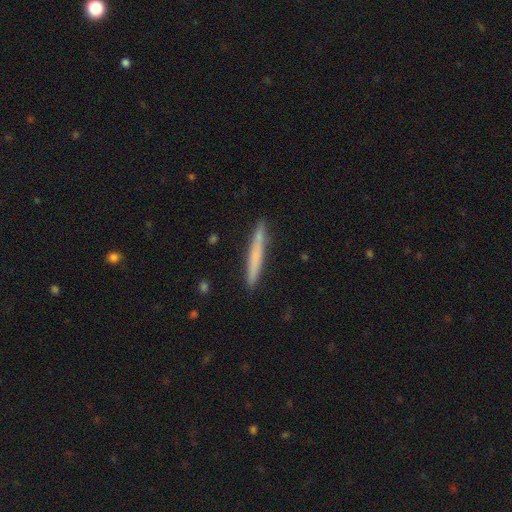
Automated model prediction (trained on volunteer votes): A smooth galaxy with no disk features (64%) that is cigar-shaped (97%). Merging: none (90%).